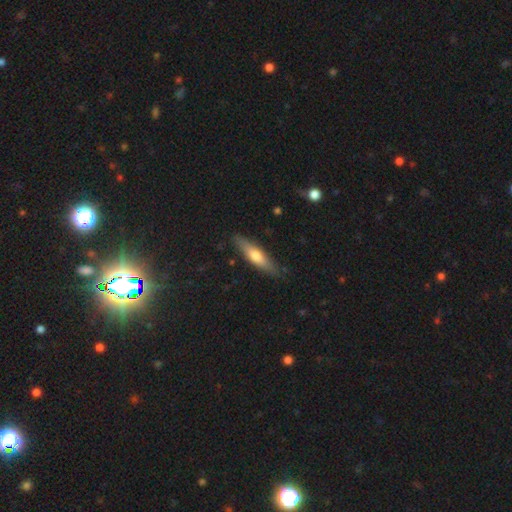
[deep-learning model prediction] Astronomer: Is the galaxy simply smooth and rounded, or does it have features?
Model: smooth — 58% (runner-up: featured or disk, 37%).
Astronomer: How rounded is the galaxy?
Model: cigar-shaped — 73%.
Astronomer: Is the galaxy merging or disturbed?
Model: none — 85%.